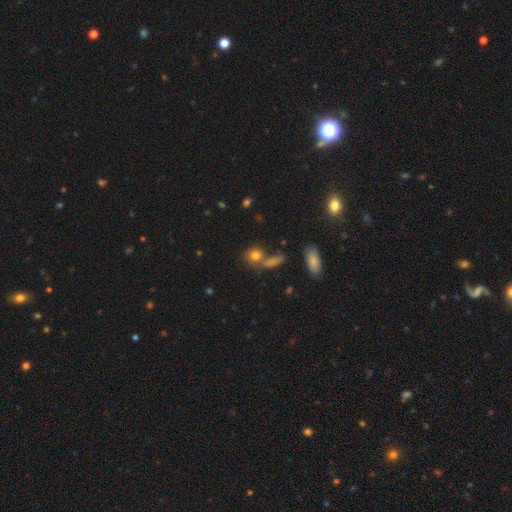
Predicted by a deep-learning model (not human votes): Smooth or featured? Predicted: smooth (p=0.76). How rounded? Predicted: round (p=0.66). Merging? Predicted: none (p=0.53).